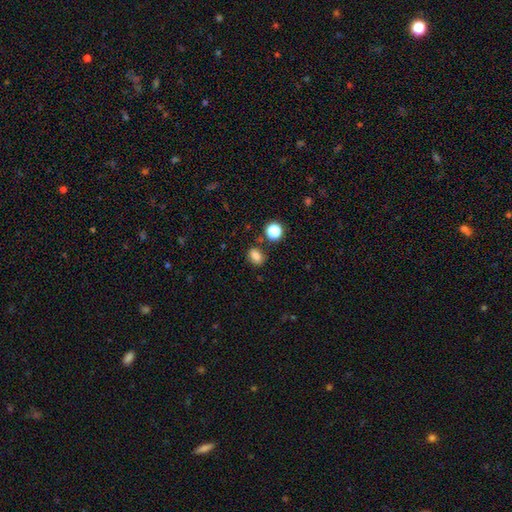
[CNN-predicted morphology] smooth 80%, star or artifact 14%, featured or disk 6%. Down the decision tree: how rounded — in between (62%); merging — none (80%).